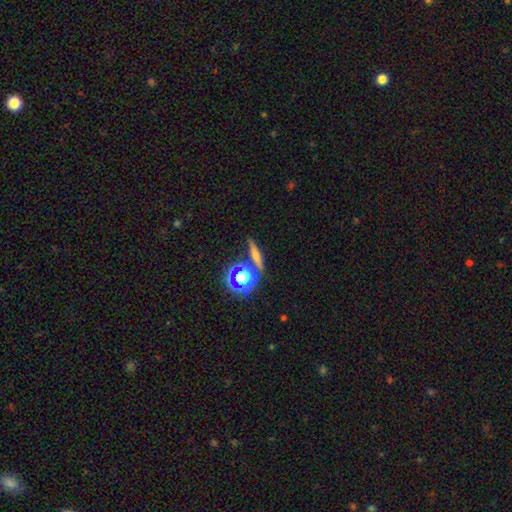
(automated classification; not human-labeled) The model was most divided on "smooth or featured": smooth: 47%, featured or disk: 31%, star or artifact: 22%. More confident: merging — none (78%).